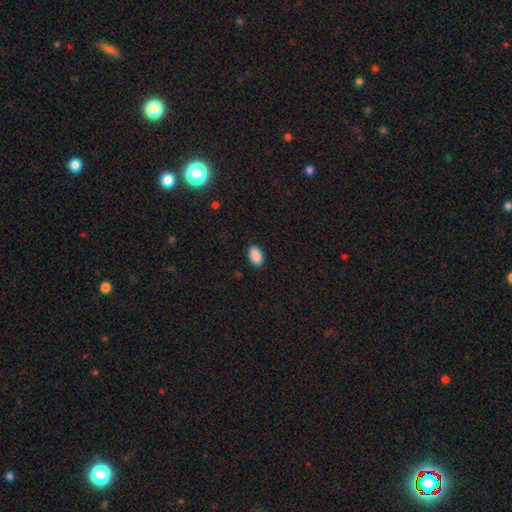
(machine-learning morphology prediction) A smooth galaxy with no disk features (90%) that is in between round and cigar-shaped (94%). Merging: none (89%).